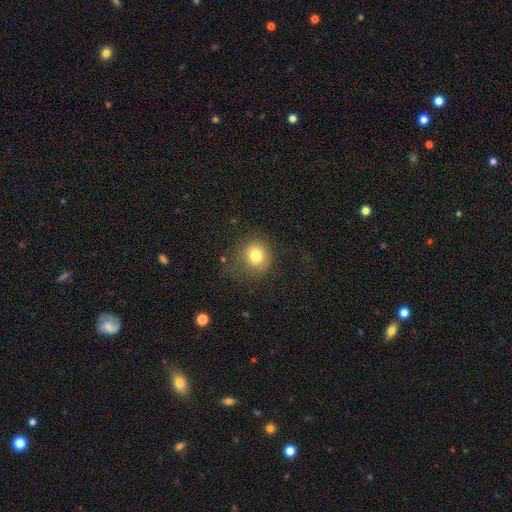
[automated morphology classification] smooth_or_featured: smooth (p=0.78) [alt: star or artifact p=0.12]
how_rounded: round (p=0.85) [alt: in between p=0.14]
merging: none (p=0.72) [alt: minor disturbance p=0.17]